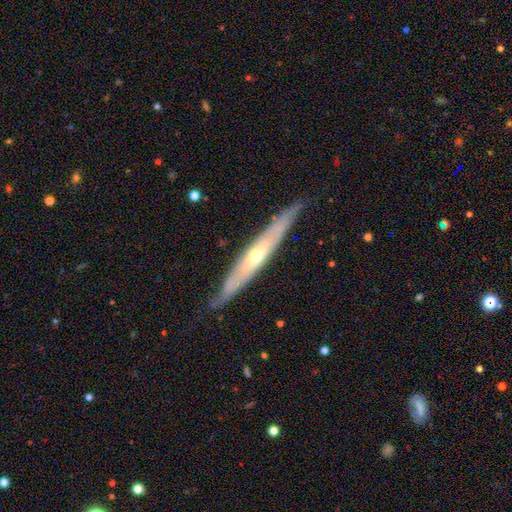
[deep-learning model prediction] Smooth or featured: featured or disk — 74% (smooth — 21%)
Edge-on disk: yes — 75% (no — 25%)
Edge-on bulge: rounded — 69% (none — 28%)
Merging: none — 82% (minor disturbance — 14%)